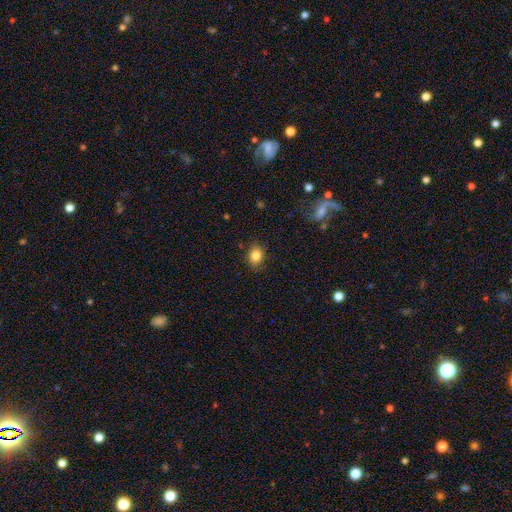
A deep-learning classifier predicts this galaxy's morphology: Smooth or featured? smooth (84%)
How rounded? in between (53%)
Merging? none (84%)